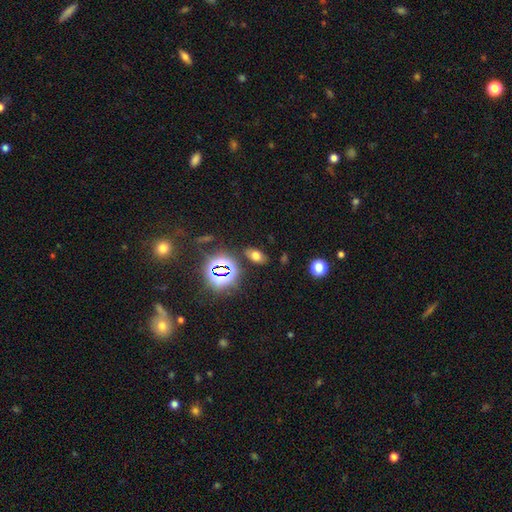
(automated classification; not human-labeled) A smooth galaxy with no disk features (62%) that is in between round and cigar-shaped (87%). Merging: none (84%).